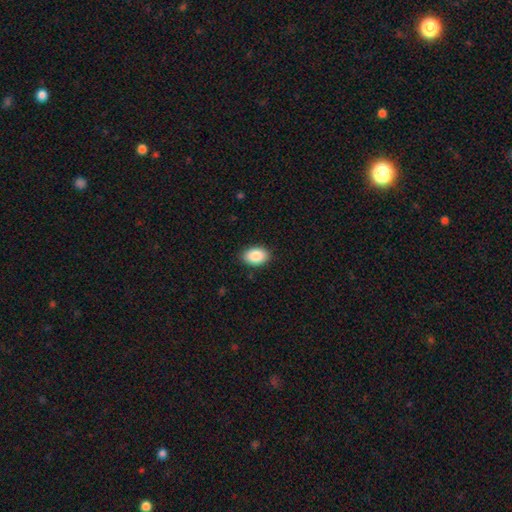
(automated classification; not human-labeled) smooth-or-featured: smooth: 89% | star or artifact: 7% | featured or disk: 5%
  how-rounded: in between: 88% | round: 11% | cigar-shaped: 1%
  merging: none: 88% | minor disturbance: 9% | major disturbance: 2% | merger: 1%